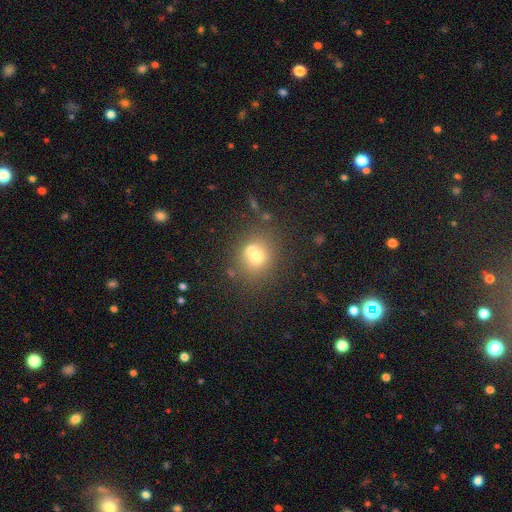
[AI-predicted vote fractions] This appears to be a smooth galaxy with no disk features (65%) that is round (78%). Merging: none (47%).